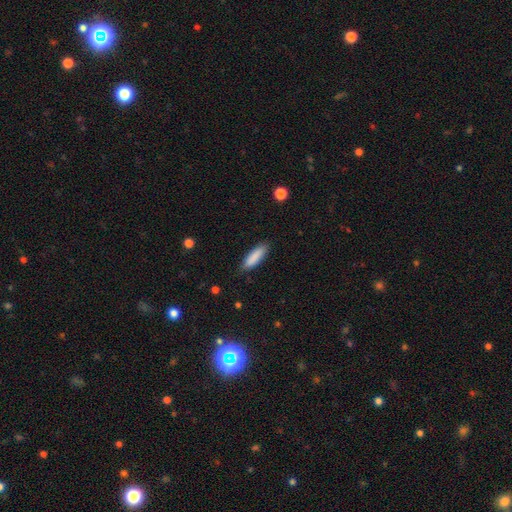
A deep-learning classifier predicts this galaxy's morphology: Smooth or featured: smooth — 88% (featured or disk — 6%)
How rounded: cigar-shaped — 58% (in between — 40%)
Merging: none — 85% (minor disturbance — 11%)